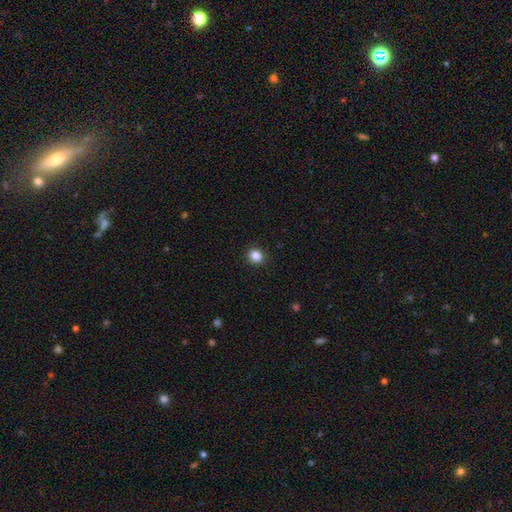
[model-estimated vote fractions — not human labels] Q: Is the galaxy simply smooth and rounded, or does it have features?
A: smooth — 85%.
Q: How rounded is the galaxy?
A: round — 82%.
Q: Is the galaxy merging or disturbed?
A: none — 91%.